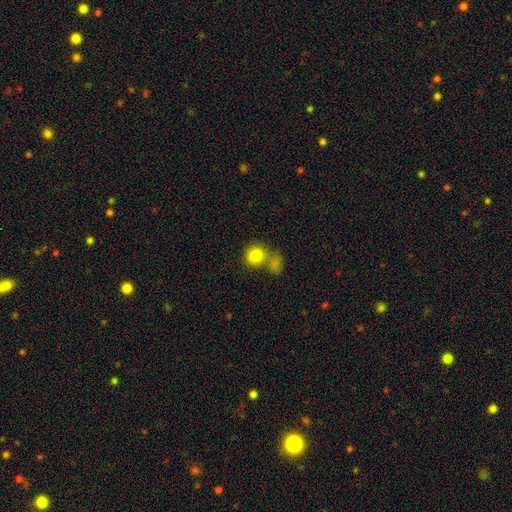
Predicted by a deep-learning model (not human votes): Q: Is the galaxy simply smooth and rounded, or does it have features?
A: smooth — 85%.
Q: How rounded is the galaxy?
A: round — 80%.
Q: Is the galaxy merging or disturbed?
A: none — 47%.